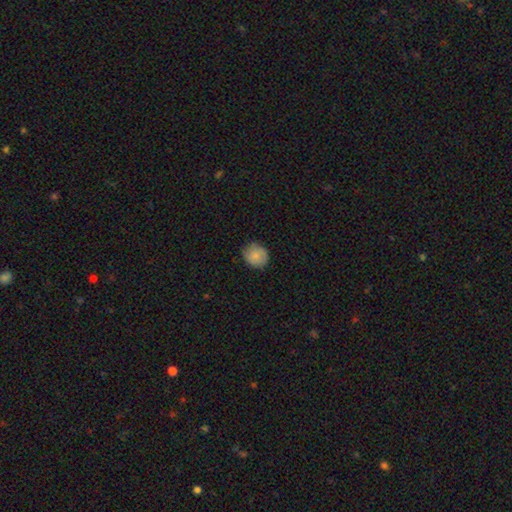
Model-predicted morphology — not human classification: smooth_or_featured: smooth (p=0.82) [alt: featured or disk p=0.11]
how_rounded: round (p=0.83) [alt: in between p=0.16]
merging: none (p=0.79) [alt: minor disturbance p=0.17]